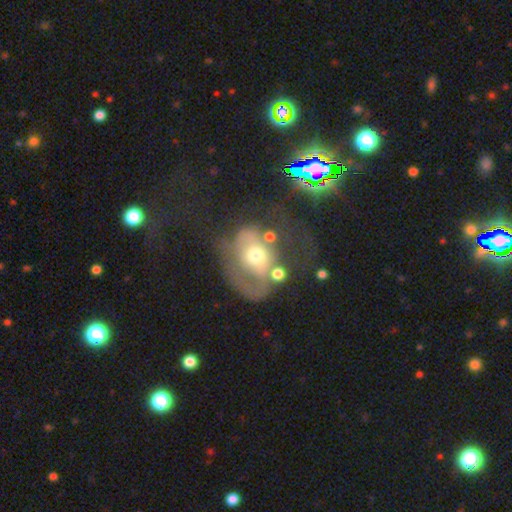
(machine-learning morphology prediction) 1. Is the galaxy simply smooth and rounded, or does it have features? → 53% featured or disk, 36% smooth, 11% star or artifact.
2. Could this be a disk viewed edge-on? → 95% no, 5% yes.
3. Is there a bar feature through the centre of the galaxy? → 77% no, 16% weak, 6% strong.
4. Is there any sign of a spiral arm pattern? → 59% no, 41% yes.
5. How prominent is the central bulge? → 67% moderate, 18% small, 11% large, 2% dominant, 2% none.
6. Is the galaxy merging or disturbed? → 43% major disturbance, 28% none, 18% minor disturbance, 12% merger.